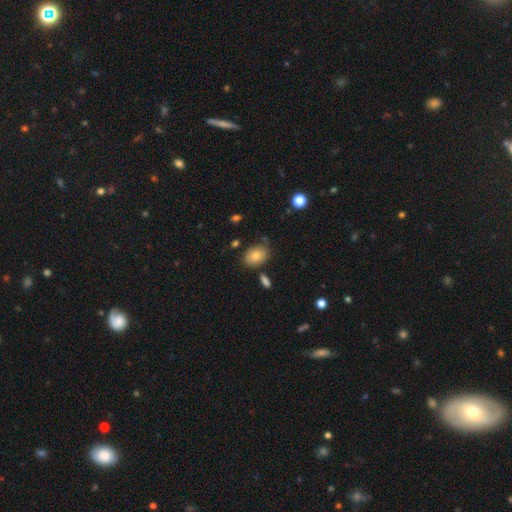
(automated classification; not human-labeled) Smooth or featured? Predicted: smooth (p=0.78). How rounded? Predicted: in between (p=0.70). Merging? Predicted: none (p=0.67).